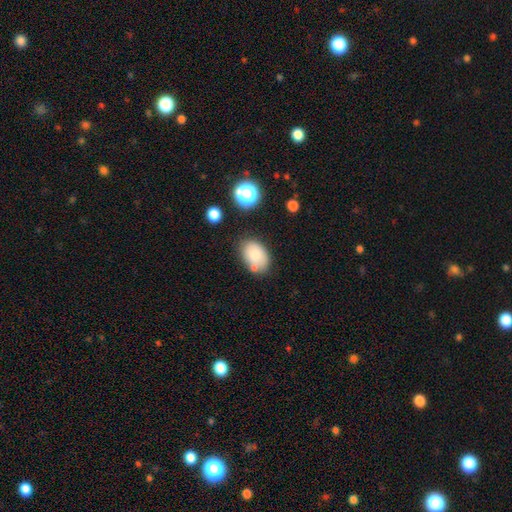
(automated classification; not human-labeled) Q: Smooth or featured?
A: smooth (79%); runner-up: featured or disk (12%)
Q: How rounded?
A: in between (83%); runner-up: round (16%)
Q: Merging?
A: none (67%); runner-up: minor disturbance (18%)